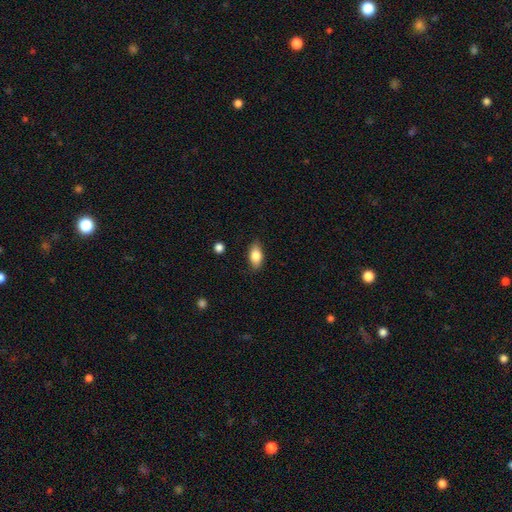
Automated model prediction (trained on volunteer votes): Smooth or featured? smooth (82%)
How rounded? in between (89%)
Merging? none (85%)